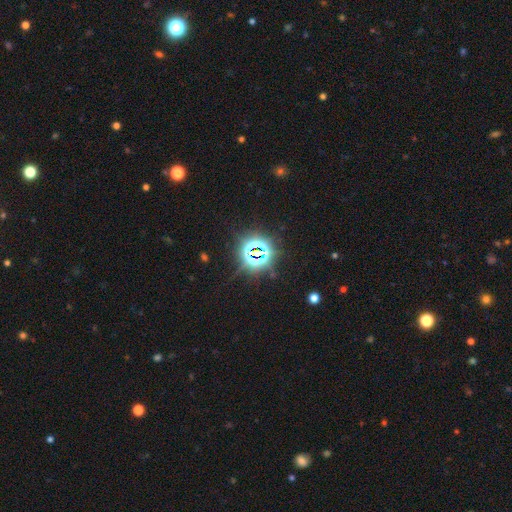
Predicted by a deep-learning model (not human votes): This appears to be a star or artifact, not a galaxy (80%).